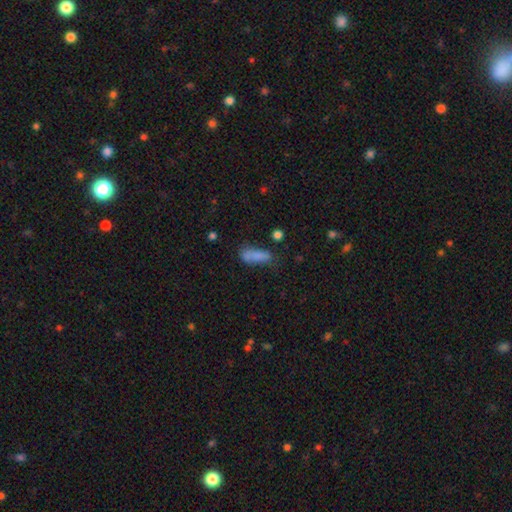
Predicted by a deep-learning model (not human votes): smooth_or_featured: smooth (p=0.76) [alt: featured or disk p=0.13]
how_rounded: in between (p=0.59) [alt: cigar-shaped p=0.37]
merging: none (p=0.45) [alt: minor disturbance p=0.26]